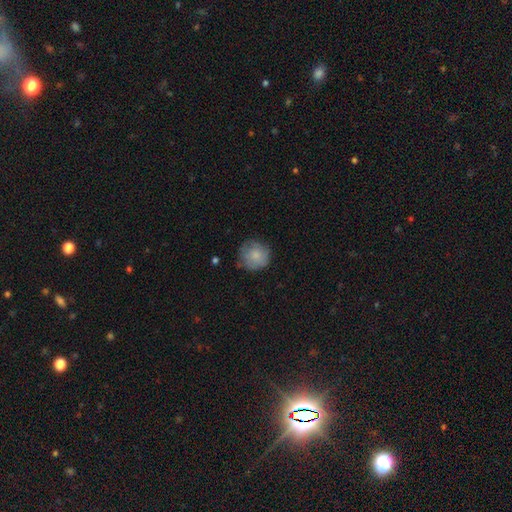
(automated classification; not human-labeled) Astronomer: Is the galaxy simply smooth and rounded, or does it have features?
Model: smooth — 75%.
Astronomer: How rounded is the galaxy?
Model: round — 91%.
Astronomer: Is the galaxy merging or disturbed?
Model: none — 73%.